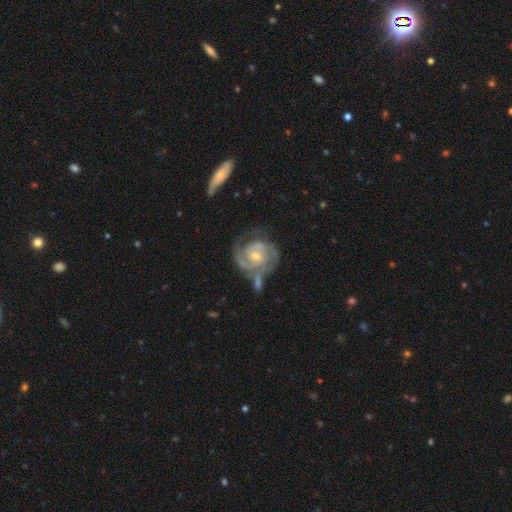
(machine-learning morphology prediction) A featured or disk galaxy (89%) with no bar (54%), 2 (58%) tight (64%) spiral arms (97%) and a small central bulge (57%). Merging: none (55%).